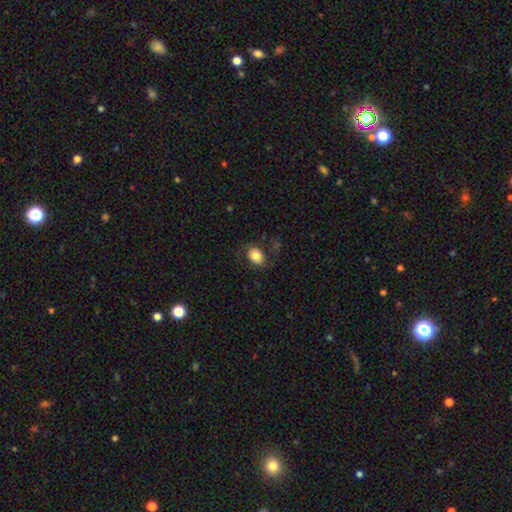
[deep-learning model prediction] Smooth or featured? smooth (79%)
How rounded? in between (64%)
Merging? none (73%)